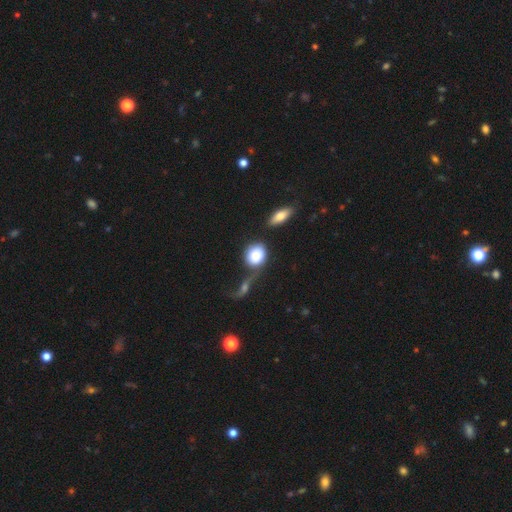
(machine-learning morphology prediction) smooth 81%, featured or disk 12%, star or artifact 7%. Down the decision tree: how rounded — round (63%); merging — none (41%).